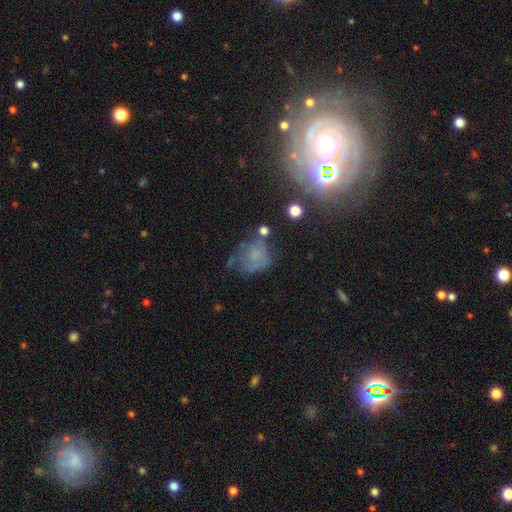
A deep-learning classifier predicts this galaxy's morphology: A smooth galaxy with no disk features (45%).

Vote fractions:
- Smooth or featured? smooth: 45% / featured or disk: 33% / star or artifact: 21%
- Merging? none: 38% / major disturbance: 28% / minor disturbance: 26% / merger: 9%